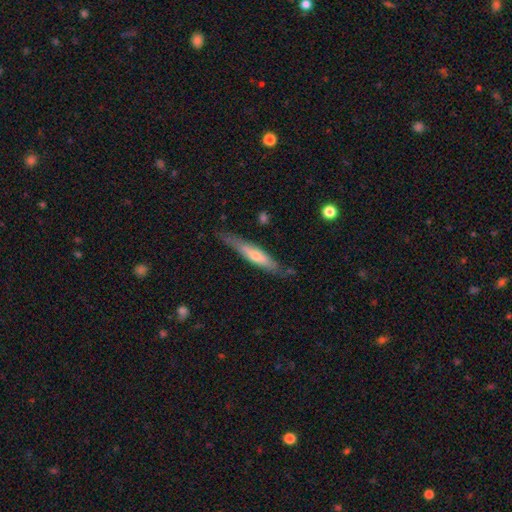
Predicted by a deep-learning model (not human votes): smooth 48%, featured or disk 46%, star or artifact 6%. Down the decision tree: merging — none (75%).